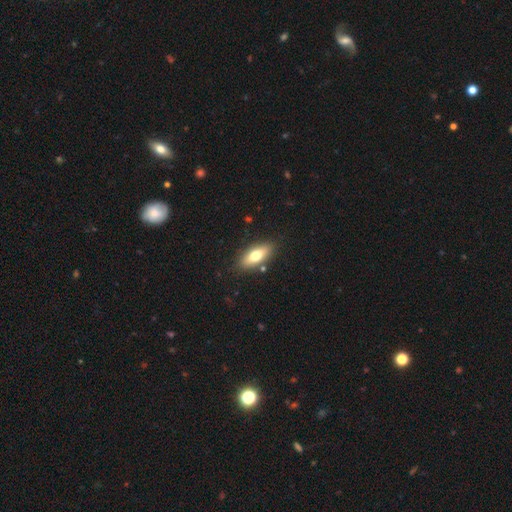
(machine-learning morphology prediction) Smooth or featured? Predicted: smooth (p=0.70). How rounded? Predicted: in between (p=0.78). Merging? Predicted: none (p=0.85).